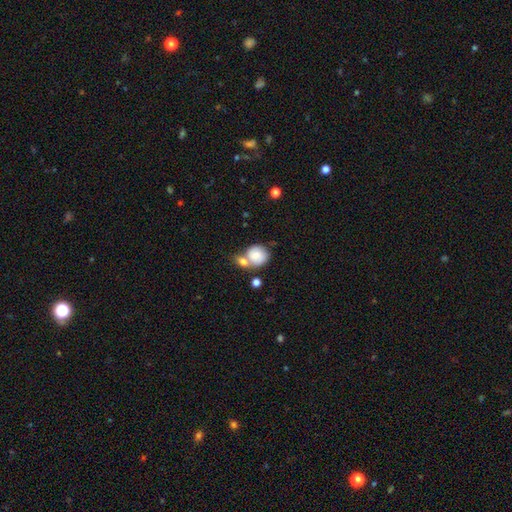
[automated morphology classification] This is likely a smooth galaxy (75%). How rounded: likely round (80%). Merging: possibly merger (47%).